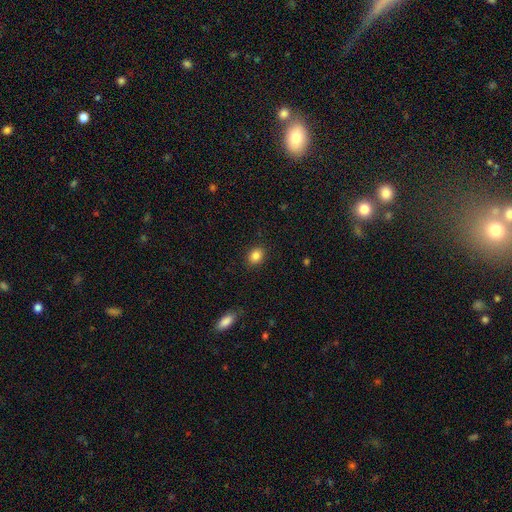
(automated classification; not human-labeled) Smooth or featured? smooth (86%)
How rounded? in between (55%)
Merging? none (89%)